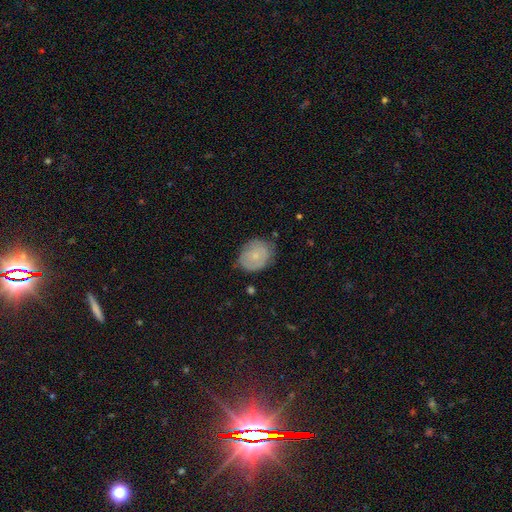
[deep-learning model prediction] This appears to be a smooth galaxy with no disk features (63%) that is round (57%). Merging: none (67%).